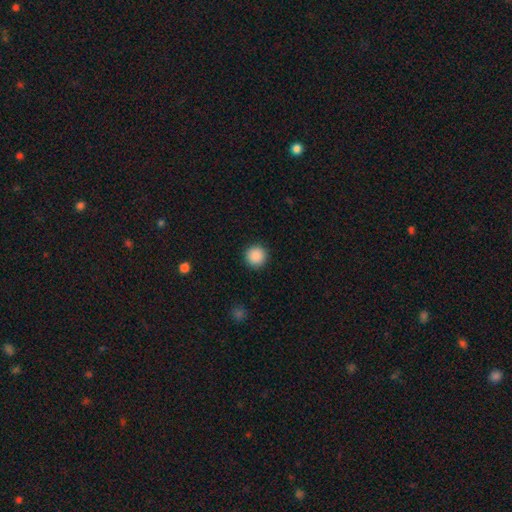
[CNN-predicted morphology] Smooth or featured: smooth — 89% (star or artifact — 9%)
How rounded: round — 96% (in between — 3%)
Merging: none — 92% (minor disturbance — 5%)